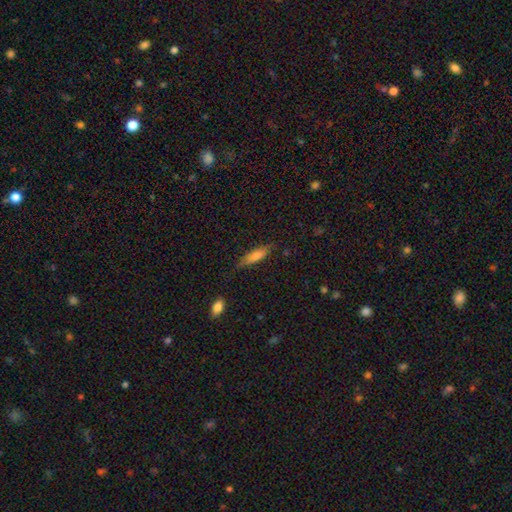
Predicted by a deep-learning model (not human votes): Smooth or featured? Predicted: smooth (p=0.67). How rounded? Predicted: cigar-shaped (p=0.71). Merging? Predicted: none (p=0.77).